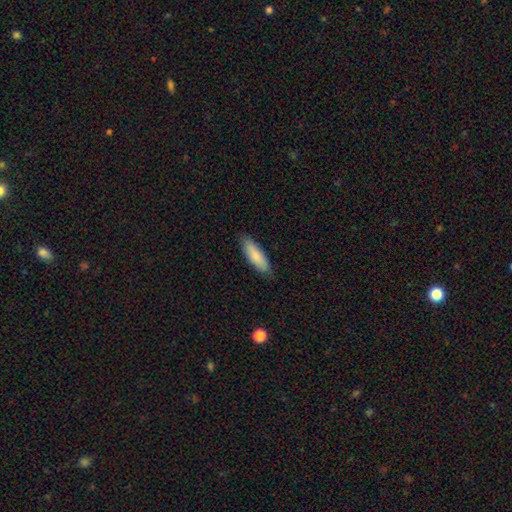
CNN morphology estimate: This appears to be a smooth galaxy with no disk features (84%) that is cigar-shaped (50%). Merging: none (86%).